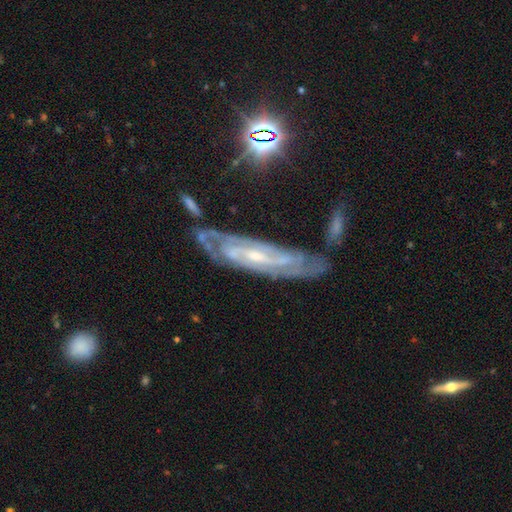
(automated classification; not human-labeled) Q: Smooth or featured?
A: featured or disk (85%); runner-up: star or artifact (8%)
Q: Edge-on disk?
A: no (81%); runner-up: yes (19%)
Q: Bar?
A: weak (41%); runner-up: no (33%)
Q: Spiral arms?
A: yes (95%); runner-up: no (5%)
Q: Spiral winding?
A: tight (63%); runner-up: medium (31%)
Q: Spiral arm count?
A: 2 (39%); runner-up: can't tell (32%)
Q: Bulge size?
A: small (67%); runner-up: moderate (27%)
Q: Merging?
A: none (67%); runner-up: minor disturbance (19%)